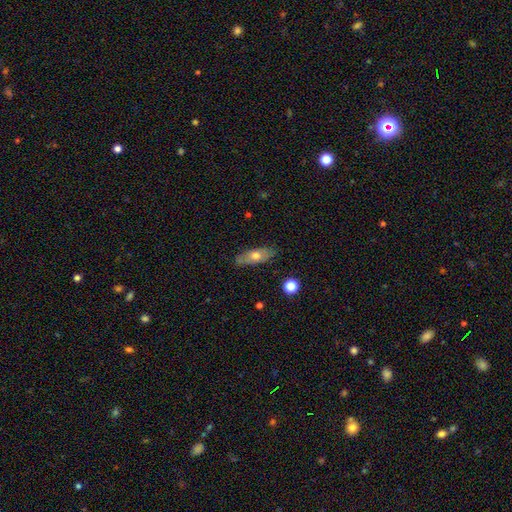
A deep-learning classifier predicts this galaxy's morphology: smooth_or_featured: smooth (p=0.56) [alt: featured or disk p=0.37]
how_rounded: in between (p=0.67) [alt: cigar-shaped p=0.29]
merging: none (p=0.80) [alt: minor disturbance p=0.15]